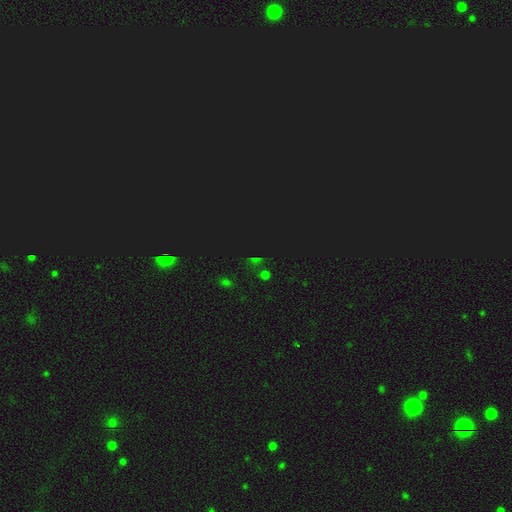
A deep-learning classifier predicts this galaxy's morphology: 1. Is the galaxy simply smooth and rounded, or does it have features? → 70% star or artifact, 22% smooth, 8% featured or disk.